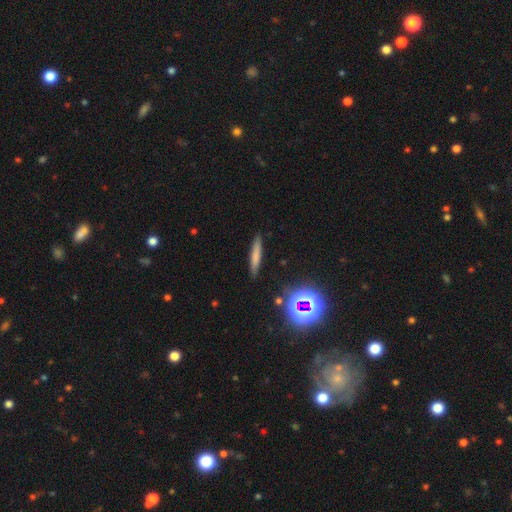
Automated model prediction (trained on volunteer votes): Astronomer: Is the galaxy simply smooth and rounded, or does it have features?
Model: smooth — 67%.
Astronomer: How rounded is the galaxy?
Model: cigar-shaped — 90%.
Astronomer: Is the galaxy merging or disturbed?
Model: none — 87%.